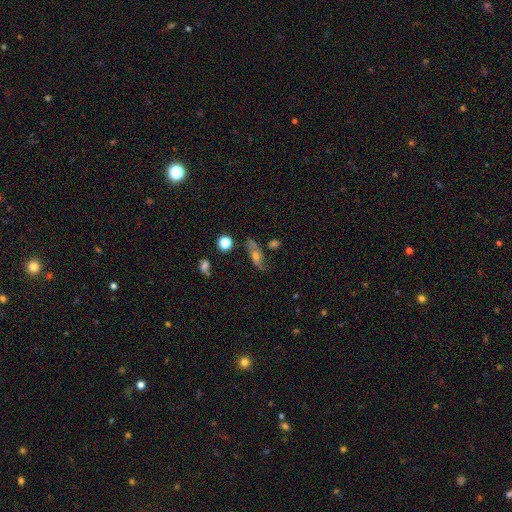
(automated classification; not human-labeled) This appears to be a featured or disk galaxy (54%). Merging: none (70%).